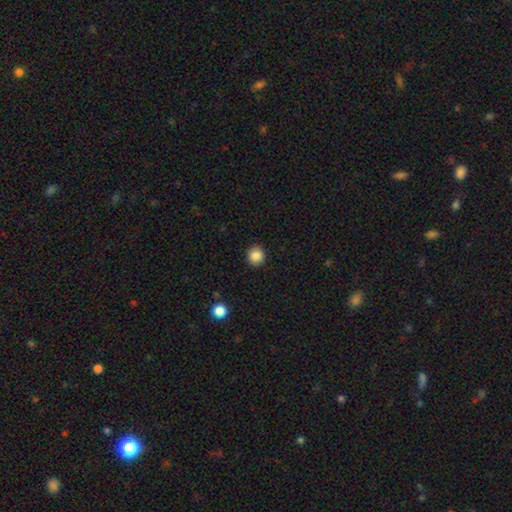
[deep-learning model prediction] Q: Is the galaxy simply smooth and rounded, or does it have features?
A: smooth — 86%.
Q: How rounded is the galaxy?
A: round — 91%.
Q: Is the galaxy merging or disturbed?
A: none — 91%.